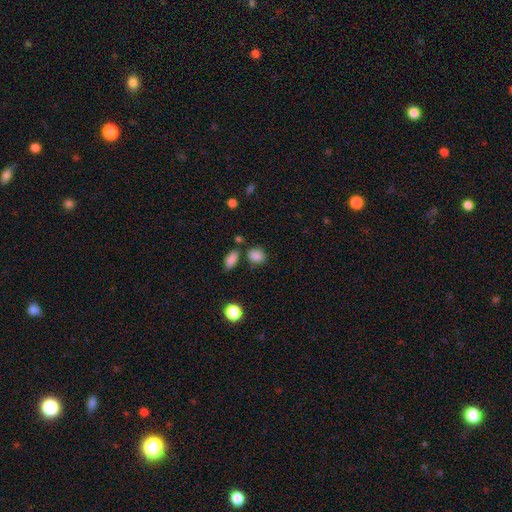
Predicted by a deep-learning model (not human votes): Smooth or featured: smooth — 85% (star or artifact — 10%)
How rounded: round — 54% (in between — 45%)
Merging: none — 73% (minor disturbance — 14%)